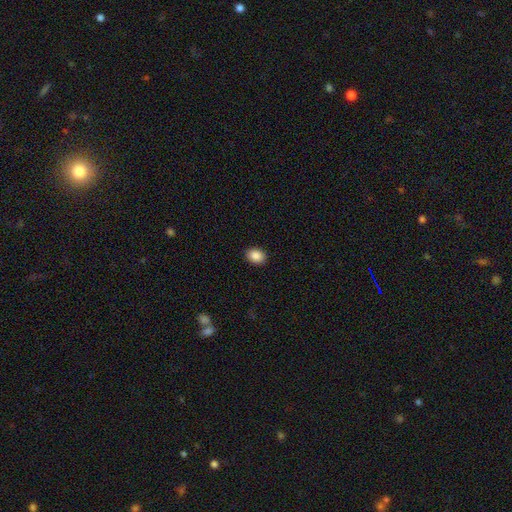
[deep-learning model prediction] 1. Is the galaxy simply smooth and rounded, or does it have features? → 88% smooth, 8% star or artifact, 3% featured or disk.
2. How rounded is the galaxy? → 62% in between, 37% round, 1% cigar-shaped.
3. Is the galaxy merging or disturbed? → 90% none, 7% minor disturbance, 2% major disturbance, 1% merger.